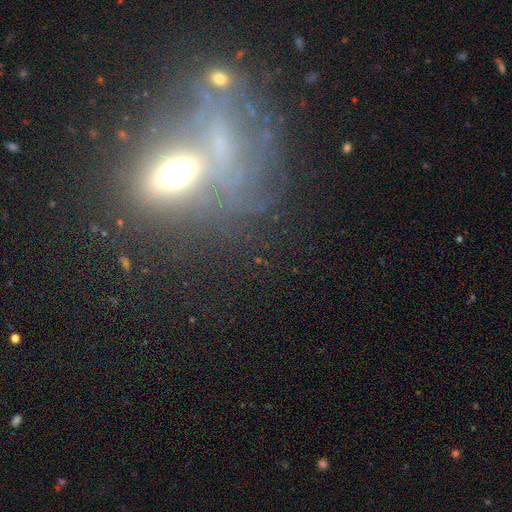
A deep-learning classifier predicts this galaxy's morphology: A star or artifact, not a galaxy (35%, tied with featured or disk).